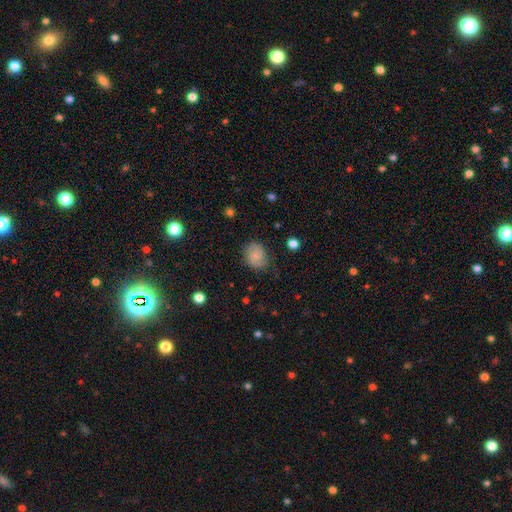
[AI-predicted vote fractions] Smooth or featured? smooth (50%)
How rounded? round (55%)
Merging? none (77%)